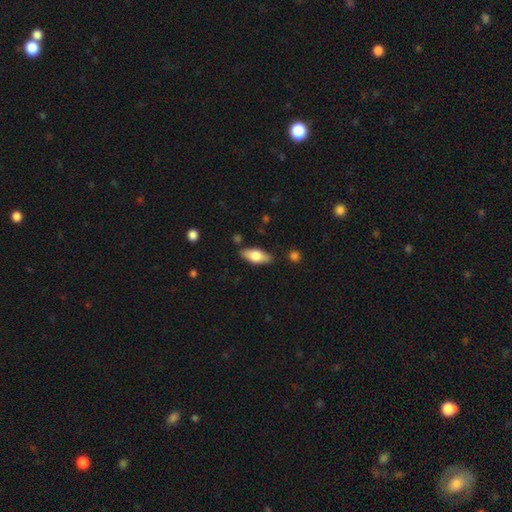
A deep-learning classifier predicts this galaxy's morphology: smooth_or_featured: smooth (p=0.70) [alt: featured or disk p=0.24]
how_rounded: in between (p=0.81) [alt: cigar-shaped p=0.17]
merging: none (p=0.83) [alt: minor disturbance p=0.12]